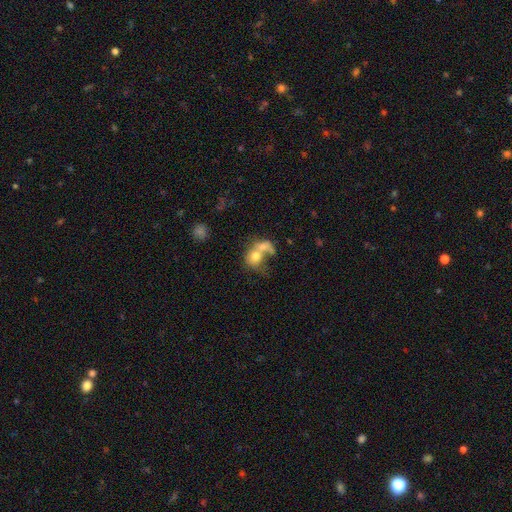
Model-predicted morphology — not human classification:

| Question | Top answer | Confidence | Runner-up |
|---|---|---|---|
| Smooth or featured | smooth | 65% | featured or disk (25%) |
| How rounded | round | 53% | in between (45%) |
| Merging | merger | 67% | none (15%) |